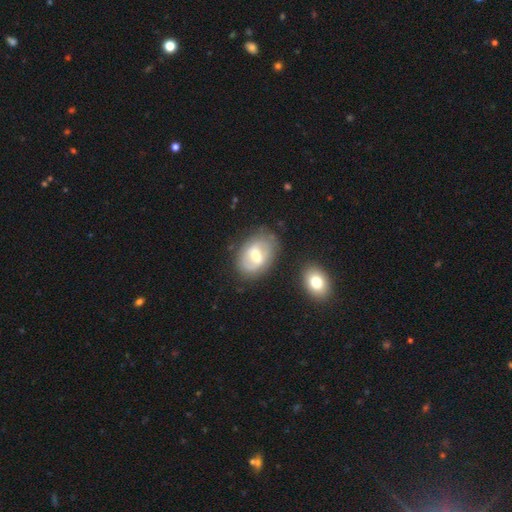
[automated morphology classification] featured or disk 58%, smooth 35%, star or artifact 7%. Down the decision tree: edge-on disk — no (95%); bar — weak (54%); spiral arms — yes (66%); bulge size — moderate (61%); merging — none (69%).